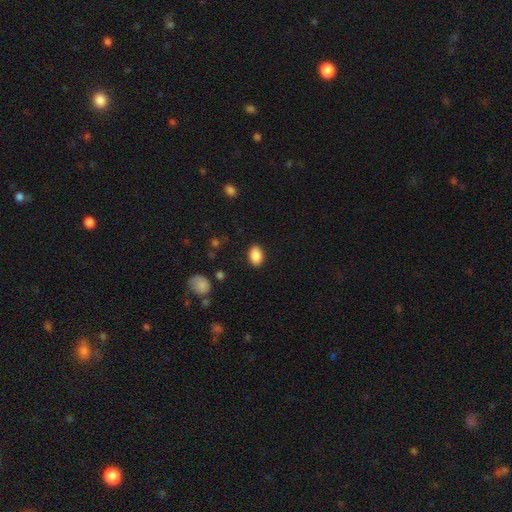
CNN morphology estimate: The model was most divided on "how rounded": in between: 88%, round: 11%, cigar-shaped: 1%. More confident: smooth or featured — smooth (88%); merging — none (88%).